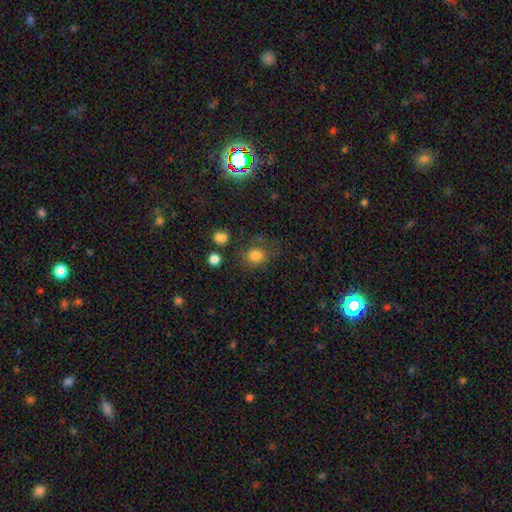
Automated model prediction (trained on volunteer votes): This appears to be a smooth galaxy with no disk features (79%) that is round (77%). Merging: none (74%).